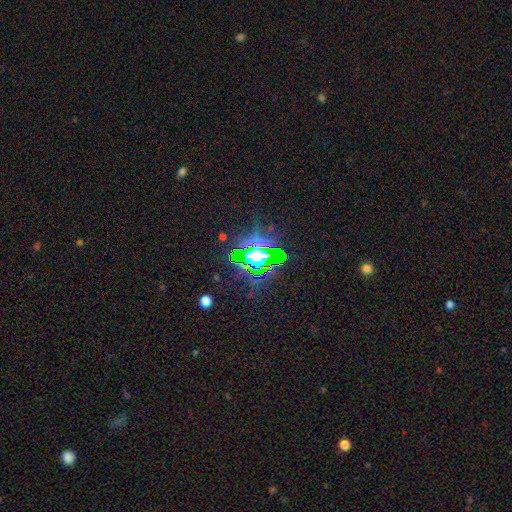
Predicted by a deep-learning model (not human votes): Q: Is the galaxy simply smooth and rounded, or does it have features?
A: star or artifact — 70%.